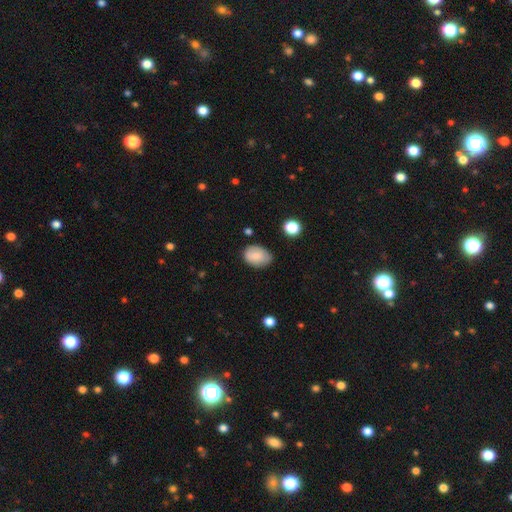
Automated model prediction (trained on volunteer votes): Morphology: type=smooth (81%); roundness=in between (76%); merging=none (67%).